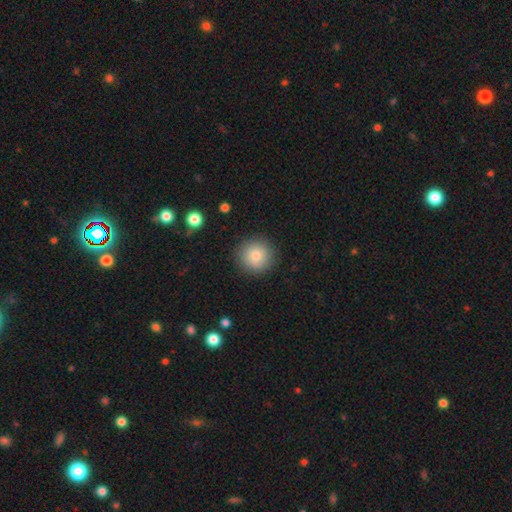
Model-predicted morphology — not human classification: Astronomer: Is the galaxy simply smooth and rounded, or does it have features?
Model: smooth — 81%.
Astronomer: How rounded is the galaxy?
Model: round — 94%.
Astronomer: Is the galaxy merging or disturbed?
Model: none — 90%.